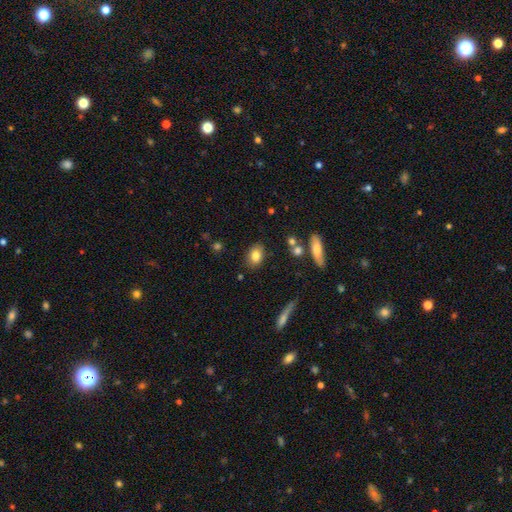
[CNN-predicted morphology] smooth 81%, featured or disk 10%, star or artifact 9%. Down the decision tree: how rounded — in between (76%); merging — none (85%).